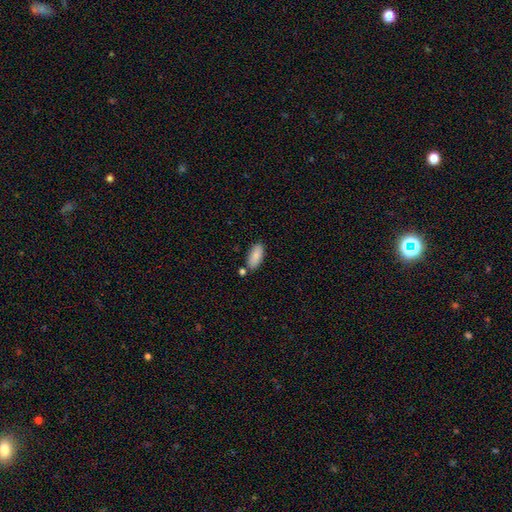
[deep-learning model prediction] Overall: smooth (86%). How rounded: in between (87%). Merging: none (77%).